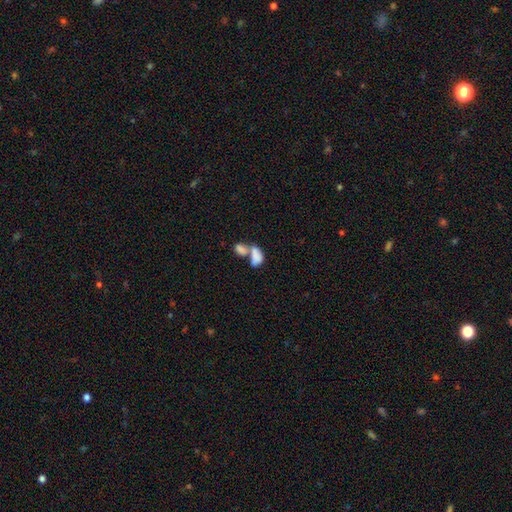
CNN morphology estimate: Q: Smooth or featured?
A: smooth (76%); runner-up: featured or disk (16%)
Q: How rounded?
A: in between (89%); runner-up: round (8%)
Q: Merging?
A: merger (72%); runner-up: none (15%)